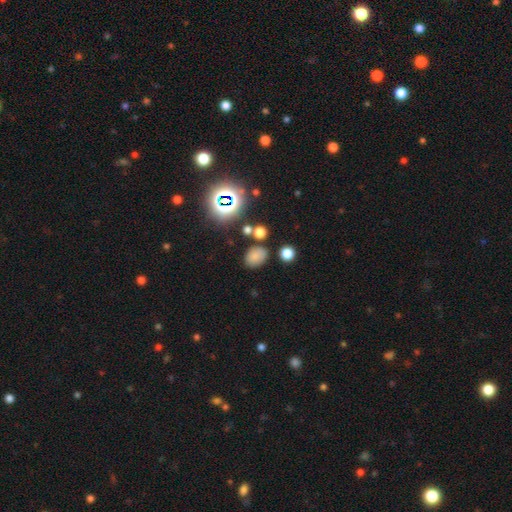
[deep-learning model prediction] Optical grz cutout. It shows a smooth galaxy with no disk features (73%) that is in between round and cigar-shaped (69%). Merging: none (74%).